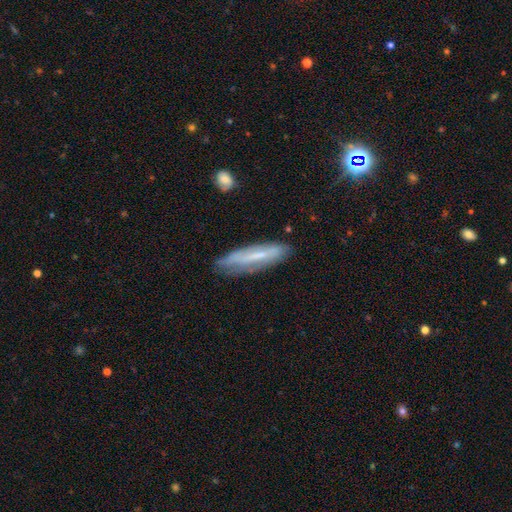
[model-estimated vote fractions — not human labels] Morphology: type=featured or disk (50%); merging=none (73%).